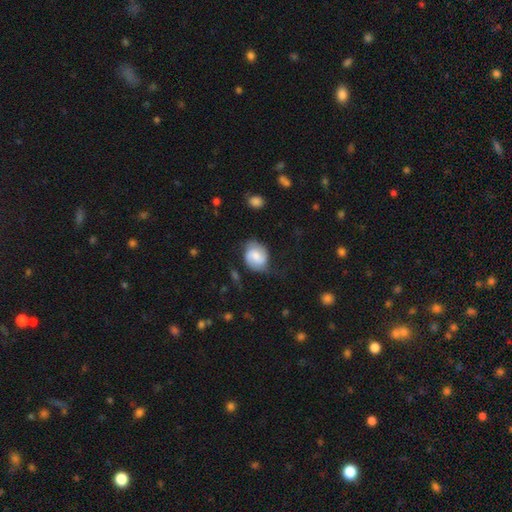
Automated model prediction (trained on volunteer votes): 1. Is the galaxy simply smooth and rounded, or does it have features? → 59% featured or disk, 34% smooth, 7% star or artifact.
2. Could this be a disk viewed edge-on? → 98% no, 2% yes.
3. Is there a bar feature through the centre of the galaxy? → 50% weak, 36% no, 14% strong.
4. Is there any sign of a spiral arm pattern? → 91% yes, 9% no.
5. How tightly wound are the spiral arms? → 45% medium, 30% tight, 25% loose.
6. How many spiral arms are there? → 83% 2, 8% can't tell, 5% 1, 2% 3, 1% 4, 1% more than 4.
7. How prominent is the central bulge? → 44% moderate, 37% small, 10% none, 8% large, 2% dominant.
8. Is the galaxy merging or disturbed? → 59% none, 27% minor disturbance, 13% major disturbance, 2% merger.